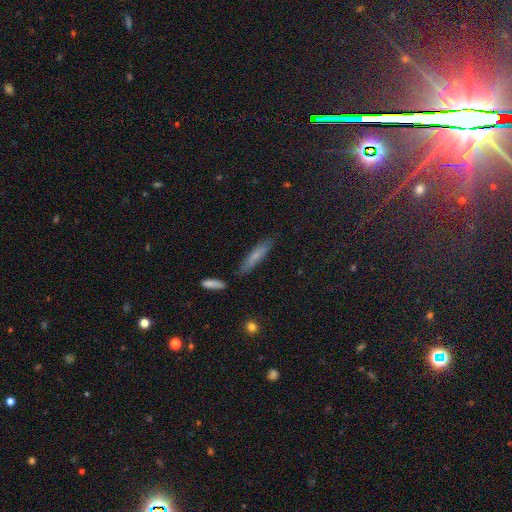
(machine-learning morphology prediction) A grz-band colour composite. It shows a smooth galaxy with no disk features (68%) that is cigar-shaped (84%). Merging: none (79%).